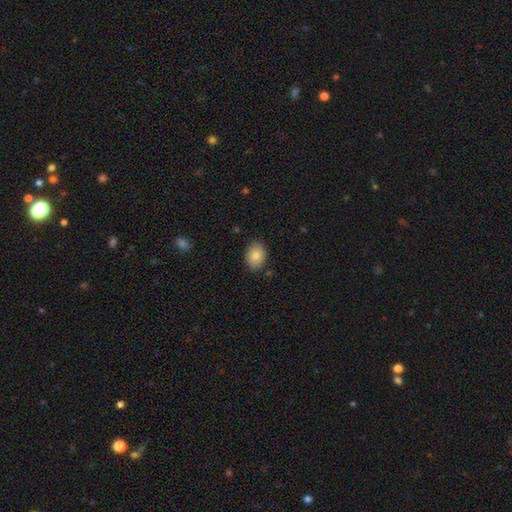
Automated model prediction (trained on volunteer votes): Morphology: type=smooth (84%); roundness=in between (74%); merging=none (86%).